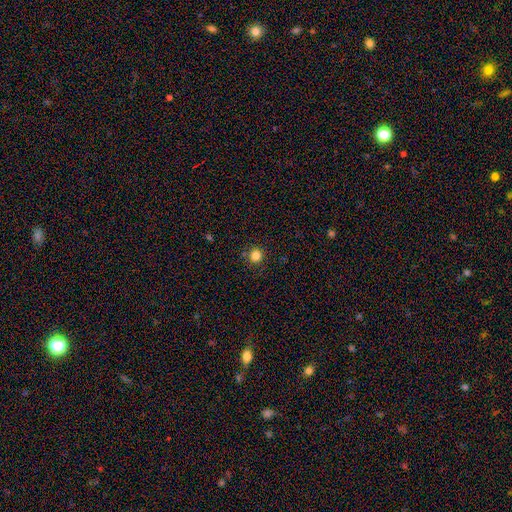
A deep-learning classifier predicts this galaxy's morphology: type=smooth (83%); roundness=round (94%); merging=none (88%).